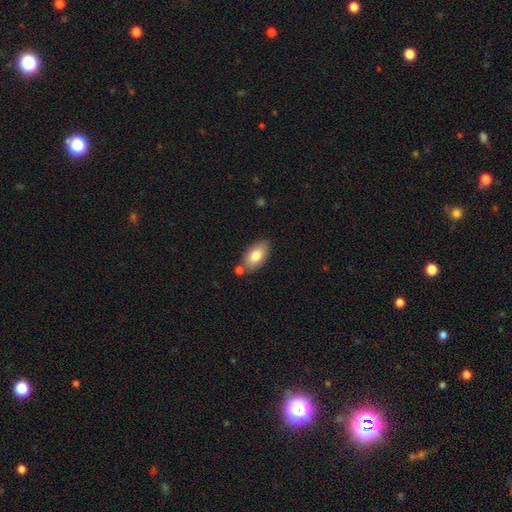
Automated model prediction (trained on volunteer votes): Smooth or featured? smooth (79%)
How rounded? in between (93%)
Merging? none (73%)